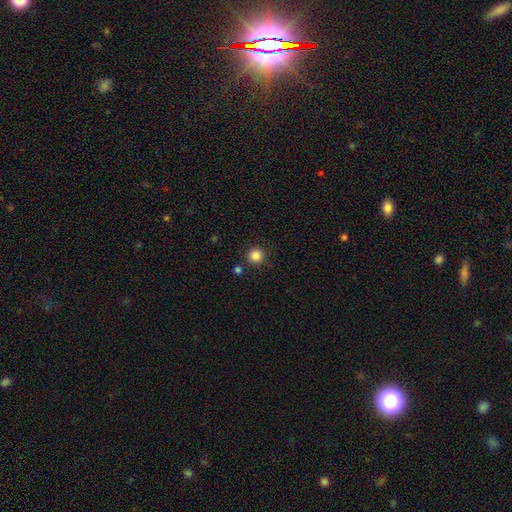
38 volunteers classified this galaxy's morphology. Smooth or featured? 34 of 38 (89%) said smooth. How rounded? 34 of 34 (100%) said round. Merging? 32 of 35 (91%) said none.